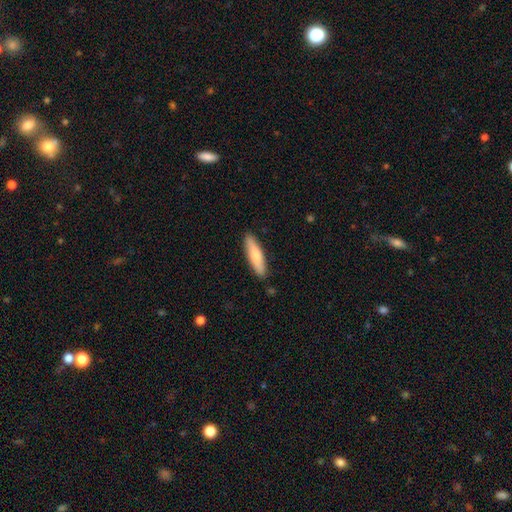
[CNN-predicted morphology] Smooth or featured? smooth (75%)
How rounded? cigar-shaped (71%)
Merging? none (88%)